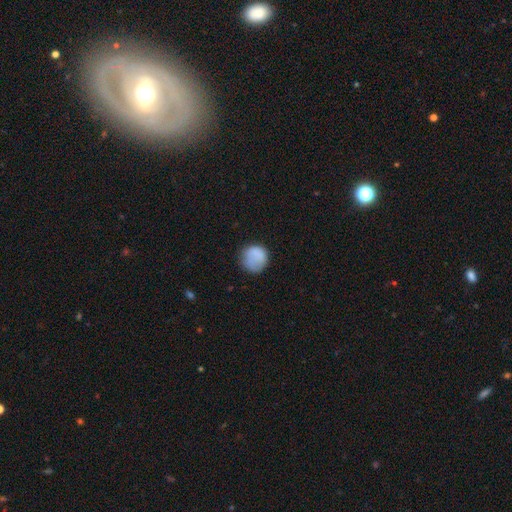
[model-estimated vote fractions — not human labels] smooth_or_featured: smooth (p=0.83) [alt: featured or disk p=0.09]
how_rounded: round (p=0.88) [alt: in between p=0.11]
merging: none (p=0.64) [alt: minor disturbance p=0.24]